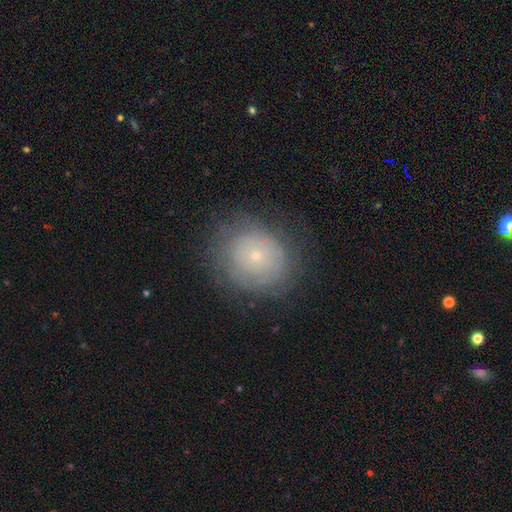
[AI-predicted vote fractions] This is possibly a smooth galaxy (47%). Merging: likely none (77%).